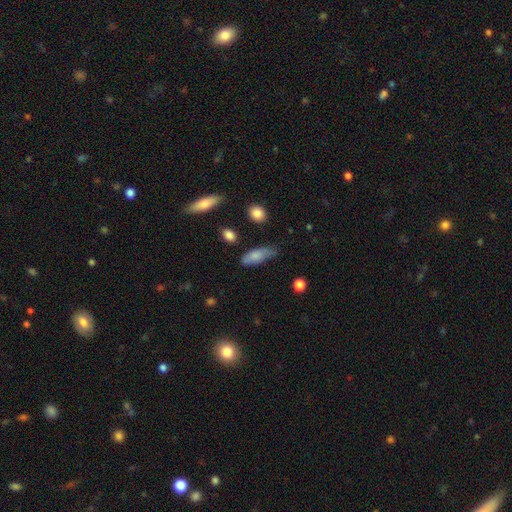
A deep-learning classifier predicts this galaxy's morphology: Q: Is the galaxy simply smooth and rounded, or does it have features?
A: smooth — 79%.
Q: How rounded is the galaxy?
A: in between — 71%.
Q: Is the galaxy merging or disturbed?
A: none — 49%.